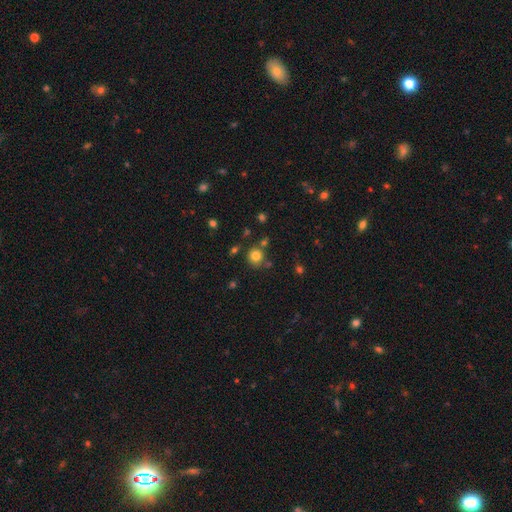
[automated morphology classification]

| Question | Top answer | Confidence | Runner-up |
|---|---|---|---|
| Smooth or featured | smooth | 80% | star or artifact (13%) |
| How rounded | round | 88% | in between (11%) |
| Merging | none | 75% | minor disturbance (12%) |